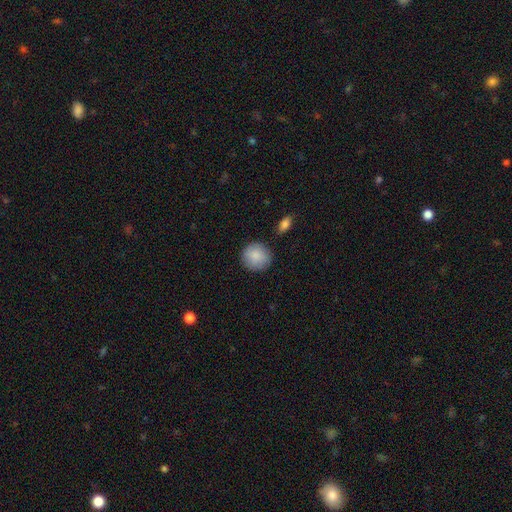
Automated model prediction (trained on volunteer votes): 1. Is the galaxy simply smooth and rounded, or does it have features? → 88% smooth, 6% star or artifact, 6% featured or disk.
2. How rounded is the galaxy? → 92% round, 7% in between, 1% cigar-shaped.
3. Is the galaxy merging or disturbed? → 87% none, 9% minor disturbance, 2% major disturbance, 2% merger.